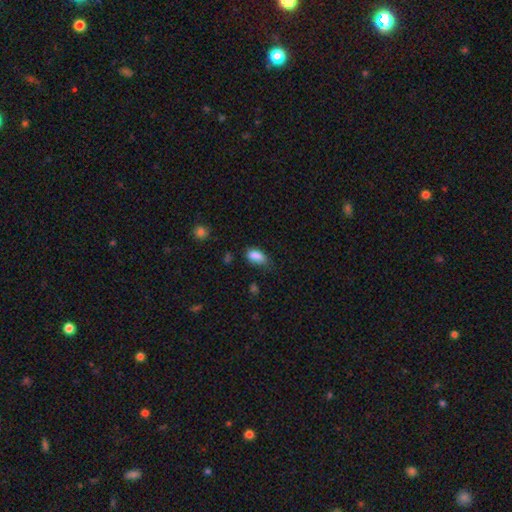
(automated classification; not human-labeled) smooth-or-featured: smooth: 86% | star or artifact: 9% | featured or disk: 5%
  how-rounded: in between: 89% | cigar-shaped: 6% | round: 5%
  merging: none: 58% | minor disturbance: 32% | major disturbance: 8% | merger: 3%